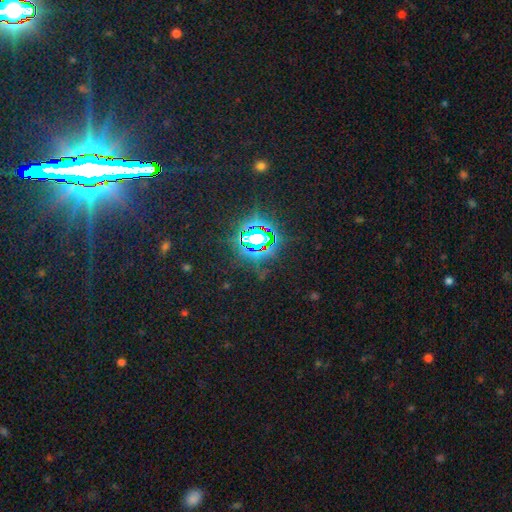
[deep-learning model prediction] Smooth or featured? star or artifact (84%)